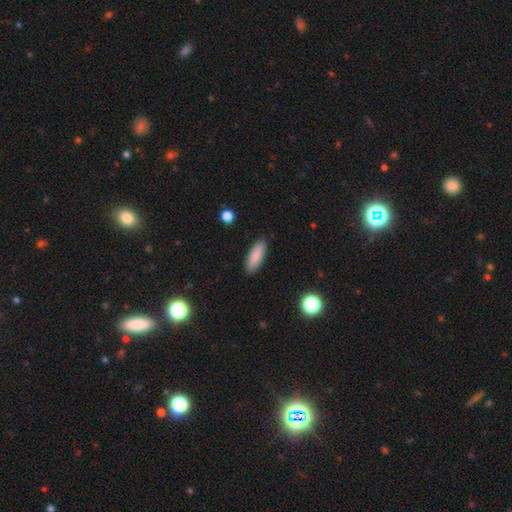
smooth_or_featured: smooth (p=0.85) [alt: featured or disk p=0.07]
how_rounded: in between (p=0.62) [alt: cigar-shaped p=0.38]
merging: none (p=0.86) [alt: minor disturbance p=0.11]